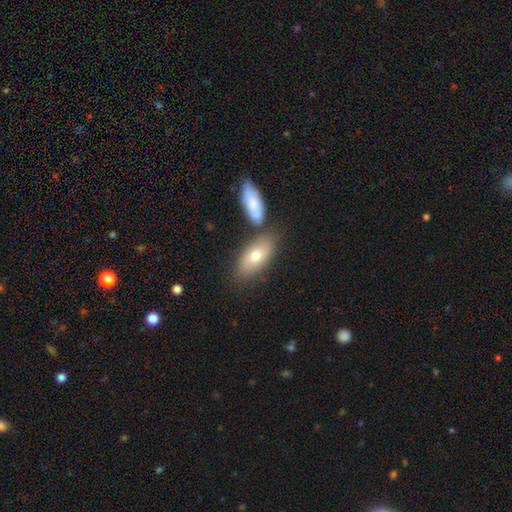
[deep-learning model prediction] smooth 70%, featured or disk 23%, star or artifact 7%. Down the decision tree: how rounded — in between (86%); merging — none (63%).